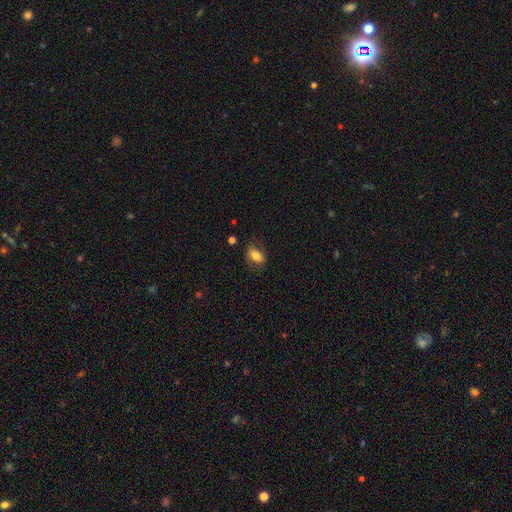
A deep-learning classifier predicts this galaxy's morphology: A smooth galaxy with no disk features (77%) that is in between round and cigar-shaped (86%). Merging: none (73%).